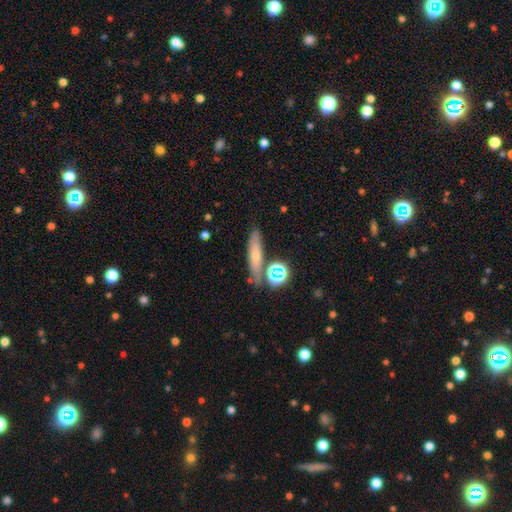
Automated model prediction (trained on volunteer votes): Smooth or featured? smooth (58%)
How rounded? cigar-shaped (71%)
Merging? none (74%)